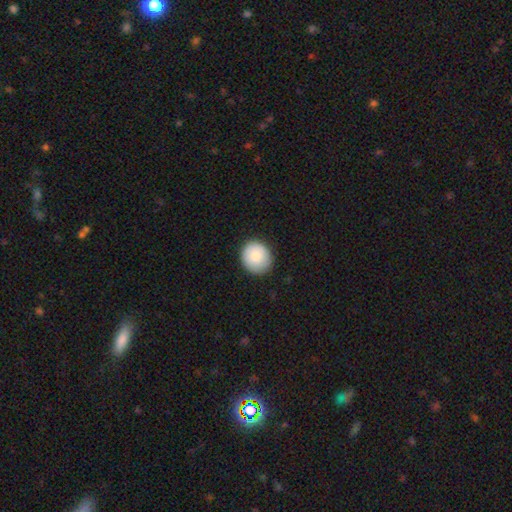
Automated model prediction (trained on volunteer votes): Q: Smooth or featured?
A: smooth (82%); runner-up: featured or disk (11%)
Q: How rounded?
A: round (86%); runner-up: in between (13%)
Q: Merging?
A: none (88%); runner-up: minor disturbance (9%)